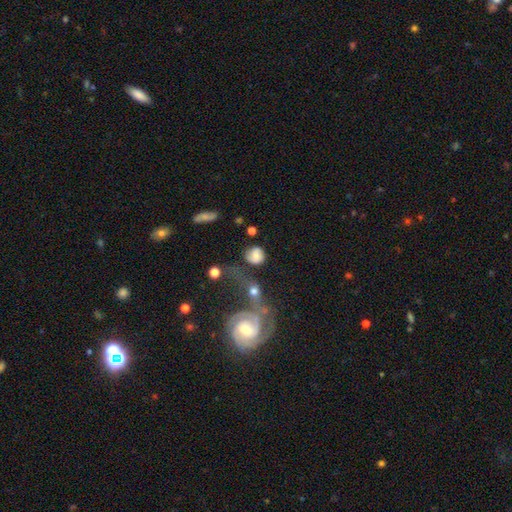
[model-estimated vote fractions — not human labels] This is likely a smooth galaxy (64%). How rounded: likely round (71%). Merging: marginally none (43%).